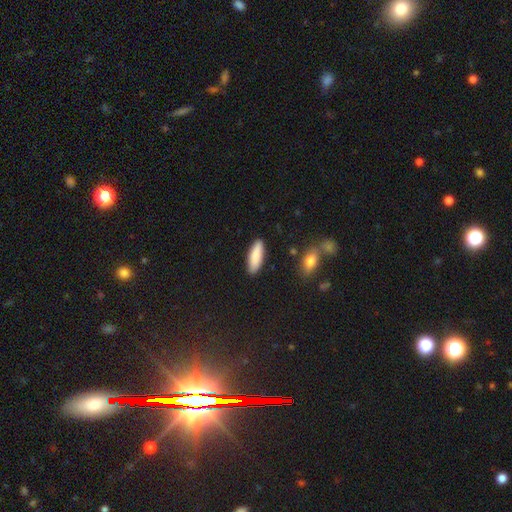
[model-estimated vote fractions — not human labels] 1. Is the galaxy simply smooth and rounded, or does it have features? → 86% smooth, 8% featured or disk, 6% star or artifact.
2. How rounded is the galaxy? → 49% in between (tied), 49% cigar-shaped (tied), 2% round.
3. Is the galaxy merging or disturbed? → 88% none, 8% minor disturbance, 2% major disturbance, 2% merger.